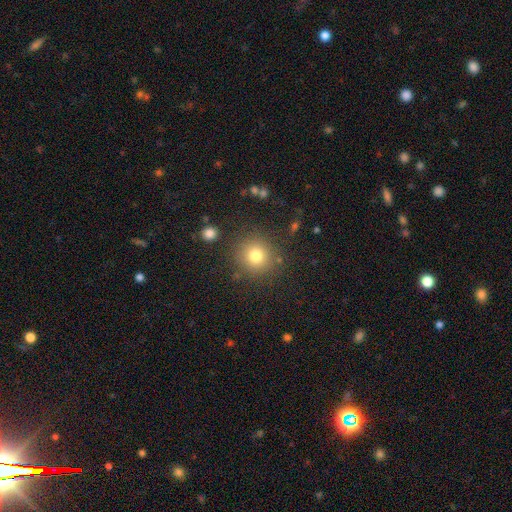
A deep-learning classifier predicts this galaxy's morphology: smooth_or_featured: smooth (p=0.78) [alt: star or artifact p=0.13]
how_rounded: round (p=0.91) [alt: in between p=0.08]
merging: none (p=0.85) [alt: minor disturbance p=0.08]